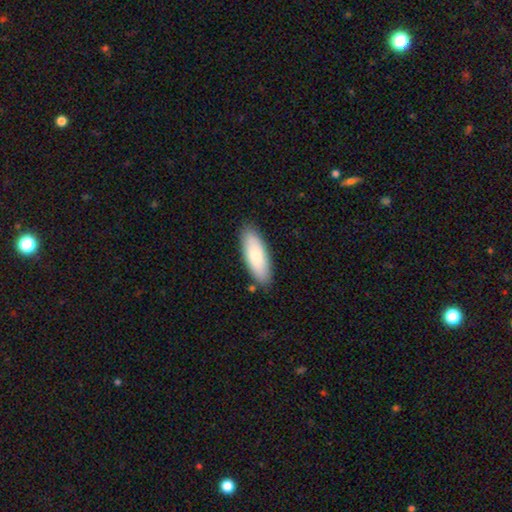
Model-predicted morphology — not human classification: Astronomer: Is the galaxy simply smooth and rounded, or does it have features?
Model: smooth — 78%.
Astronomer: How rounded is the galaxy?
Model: in between — 66%.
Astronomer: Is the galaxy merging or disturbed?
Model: none — 85%.